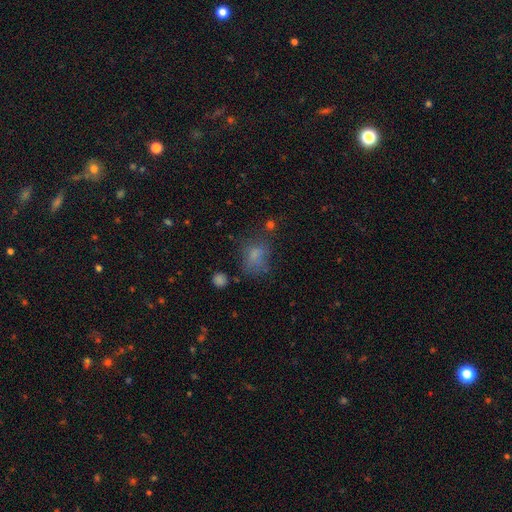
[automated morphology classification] The model was most divided on "how rounded": in between: 61%, round: 37%, cigar-shaped: 2%. More confident: smooth or featured — smooth (67%); merging — none (51%).